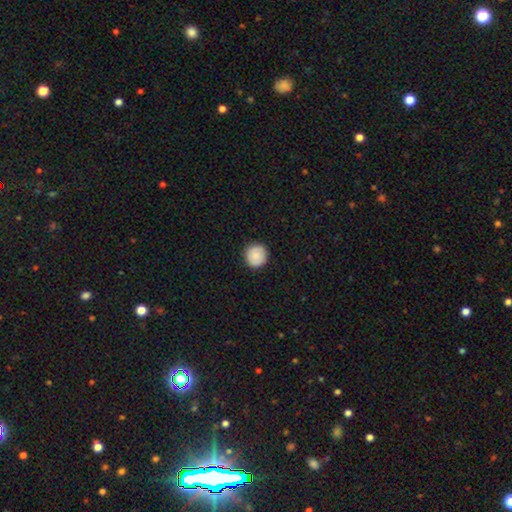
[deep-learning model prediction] Overall: smooth (84%). How rounded: round (93%). Merging: none (90%).